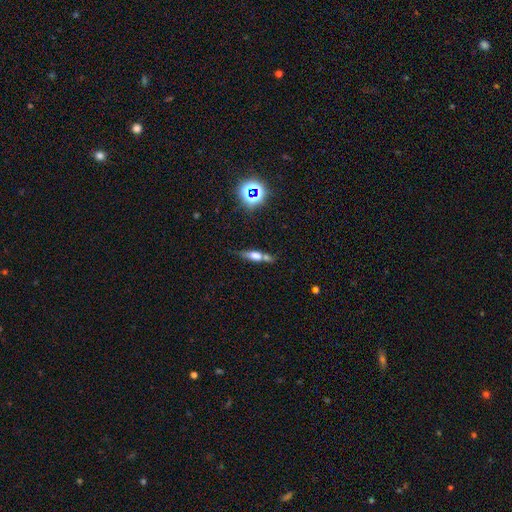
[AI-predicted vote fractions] Smooth or featured?
  - smooth: 51% *
  - featured or disk: 32%
  - star or artifact: 16%
How rounded?
  - cigar-shaped: 52% *
  - in between: 41%
  - round: 7%
Merging?
  - none: 49% *
  - merger: 29%
  - minor disturbance: 16%
  - major disturbance: 7%